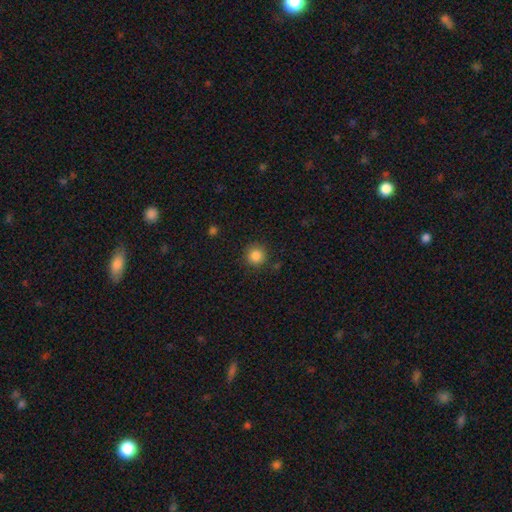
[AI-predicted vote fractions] Morphology: type=smooth (86%); roundness=round (93%); merging=none (88%).